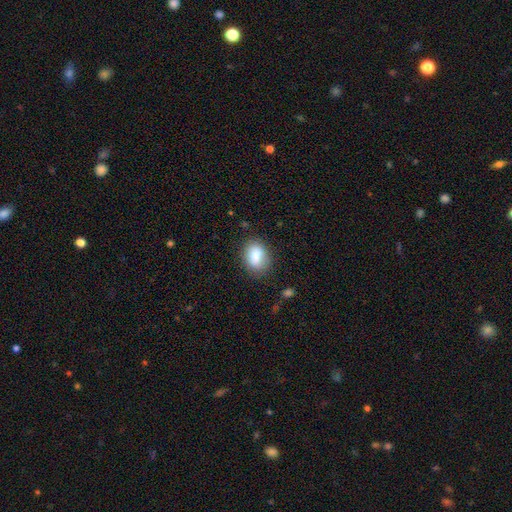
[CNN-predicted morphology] This appears to be a smooth galaxy with no disk features (85%) that is in between round and cigar-shaped (71%). Merging: none (76%).